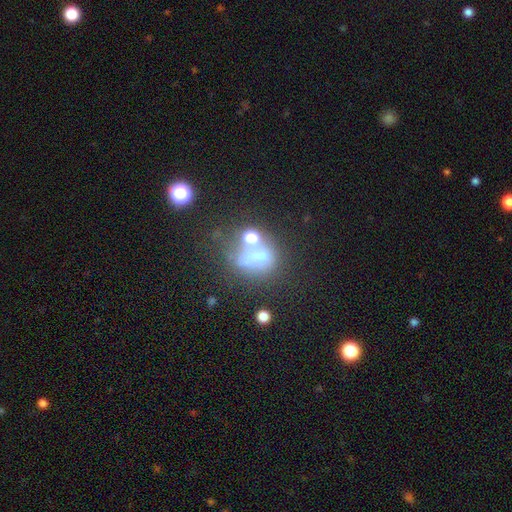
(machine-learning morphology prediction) A smooth galaxy with no disk features (49%). Merging: none (32%).